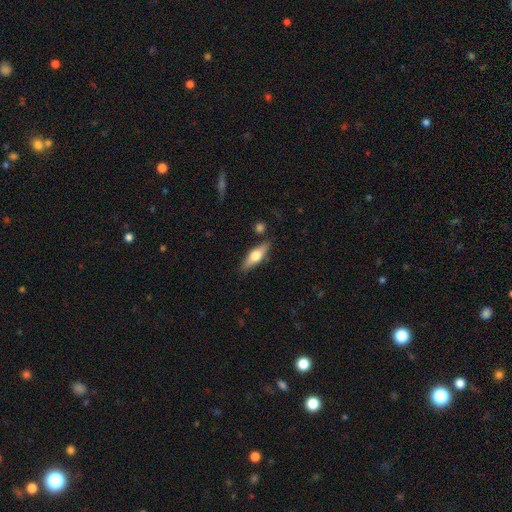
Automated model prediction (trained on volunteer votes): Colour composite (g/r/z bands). It shows a smooth galaxy with no disk features (50%). Merging: none (83%).